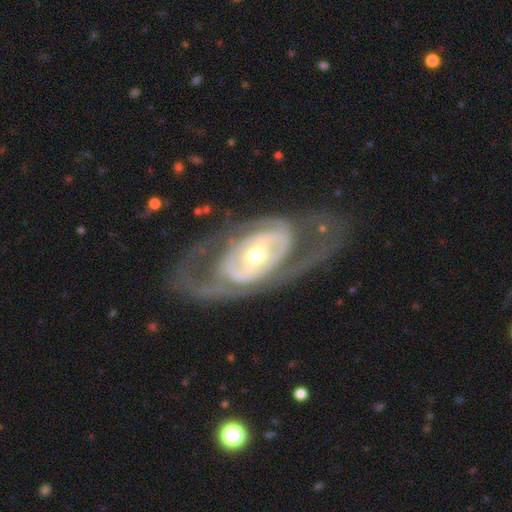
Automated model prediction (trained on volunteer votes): Smooth or featured? featured or disk (84%)
Edge-on disk? no (92%)
Bar? no (47%)
Spiral arms? yes (66%)
Spiral winding? tight (43%)
Spiral arm count? 2 (63%)
Bulge size? moderate (53%)
Merging? none (66%)